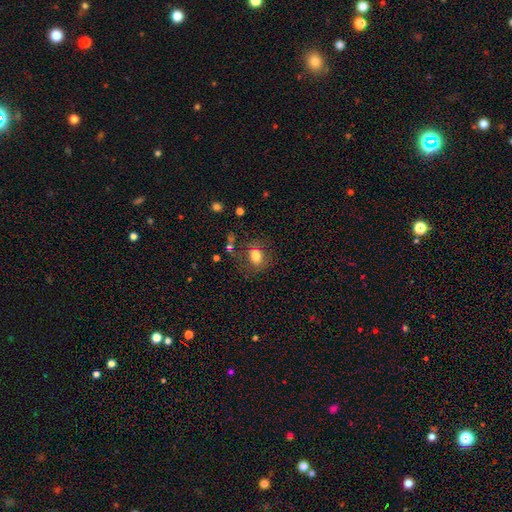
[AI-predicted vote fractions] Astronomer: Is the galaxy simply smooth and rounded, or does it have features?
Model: smooth — 77%.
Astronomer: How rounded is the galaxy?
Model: round — 56% (runner-up: in between, 43%).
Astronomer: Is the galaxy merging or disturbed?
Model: none — 69%.